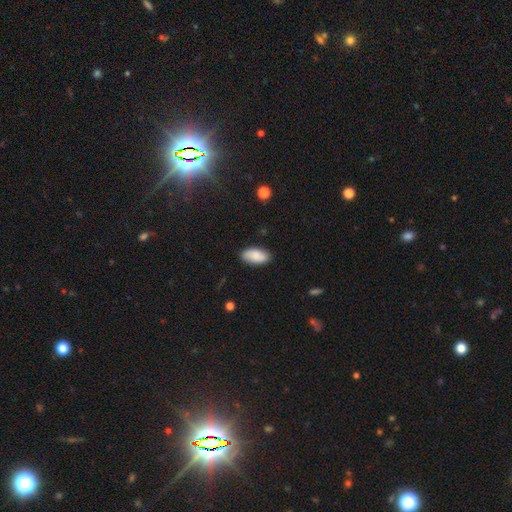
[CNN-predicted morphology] type=smooth (83%); roundness=in between (94%); merging=none (85%).